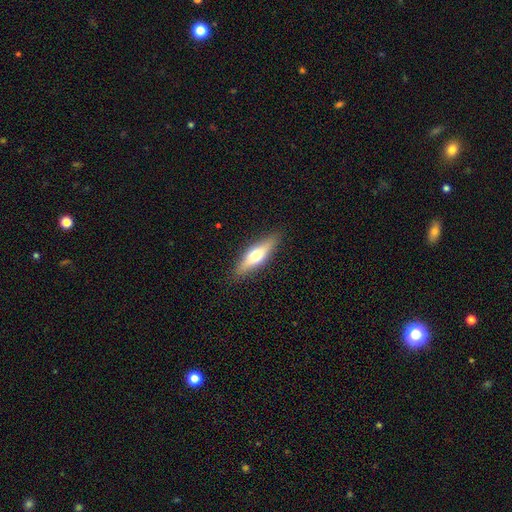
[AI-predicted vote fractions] Smooth or featured: smooth — 52% (featured or disk — 42%)
How rounded: cigar-shaped — 64% (in between — 34%)
Merging: none — 88% (minor disturbance — 9%)